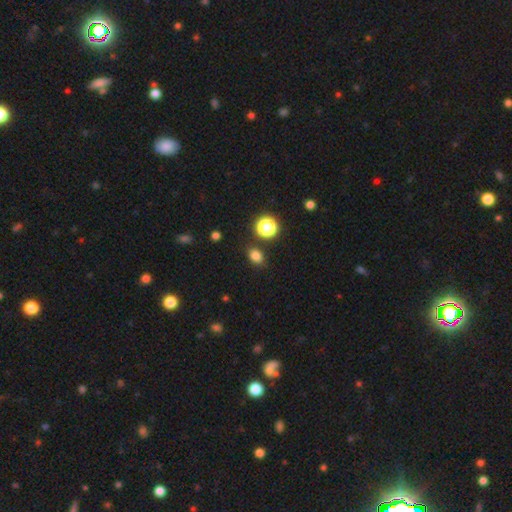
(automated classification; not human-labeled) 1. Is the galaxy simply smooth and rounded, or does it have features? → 80% smooth, 15% star or artifact, 5% featured or disk.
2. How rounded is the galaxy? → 56% in between, 42% round, 1% cigar-shaped.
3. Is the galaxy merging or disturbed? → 84% none, 10% minor disturbance, 3% merger, 3% major disturbance.